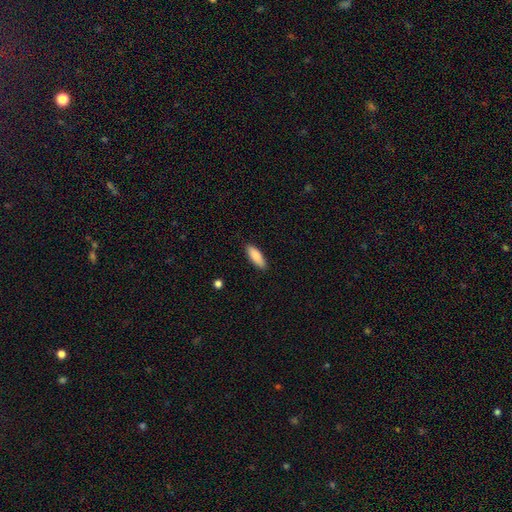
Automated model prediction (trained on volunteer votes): This is clearly a smooth galaxy (87%). How rounded: likely in between (62%). Merging: clearly none (88%).